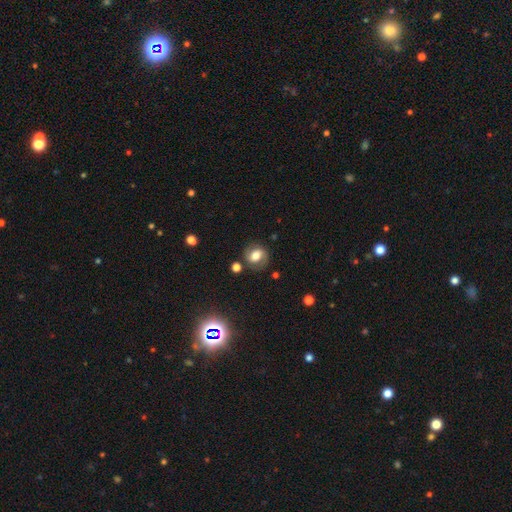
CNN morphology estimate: Smooth or featured? smooth (50%)
How rounded? round (60%)
Merging? none (75%)